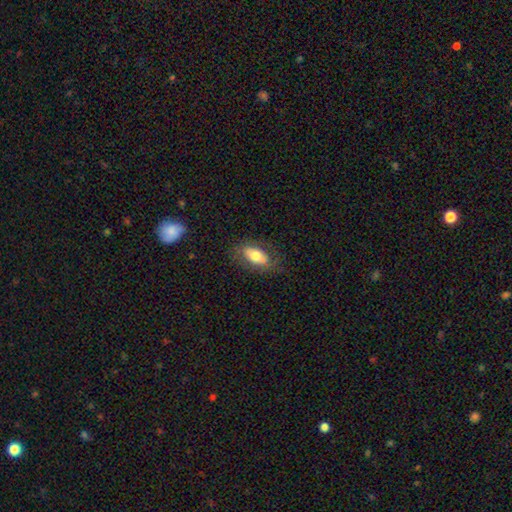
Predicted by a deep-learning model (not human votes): The model was most divided on "smooth or featured": smooth: 67%, featured or disk: 26%, star or artifact: 7%. More confident: how rounded — in between (87%); merging — none (77%).